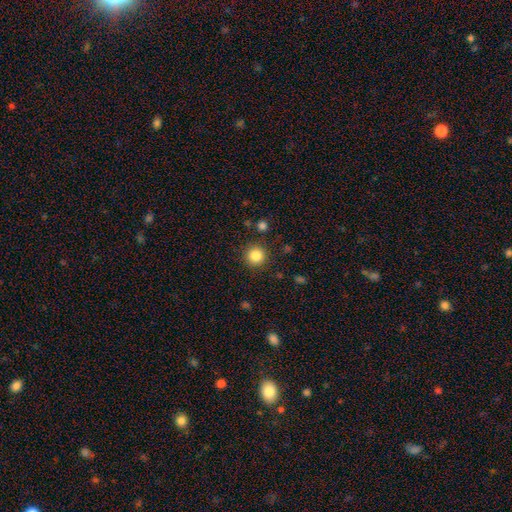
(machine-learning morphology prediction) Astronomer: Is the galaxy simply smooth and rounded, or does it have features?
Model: smooth — 84%.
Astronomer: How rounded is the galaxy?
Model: round — 95%.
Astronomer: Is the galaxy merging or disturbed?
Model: none — 90%.